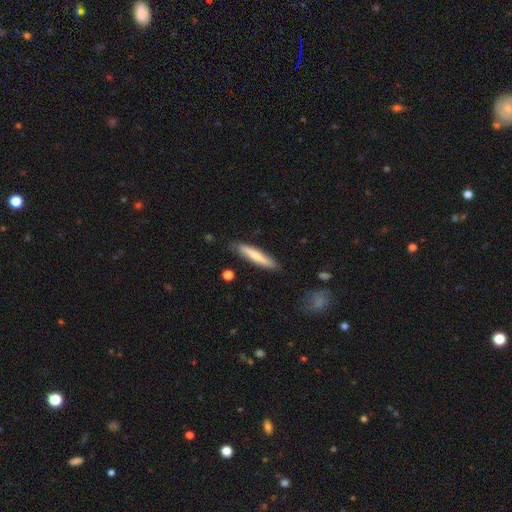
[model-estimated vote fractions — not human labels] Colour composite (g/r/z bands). It shows a smooth galaxy with no disk features (67%) that is cigar-shaped (90%). Merging: none (82%).